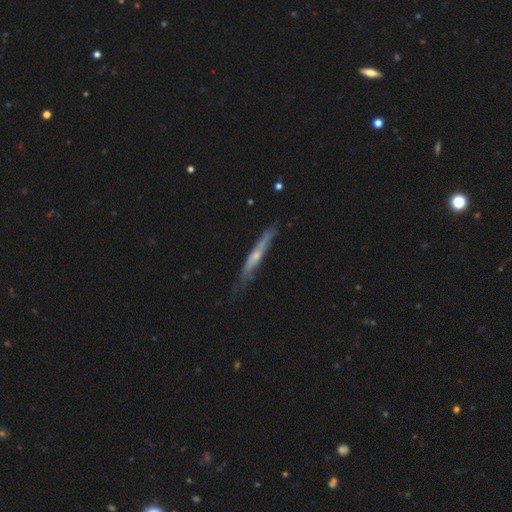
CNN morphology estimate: smooth-or-featured: featured or disk: 59% | smooth: 35% | star or artifact: 6%
  disk-edge-on: yes: 88% | no: 12%
    edge-on-bulge: rounded: 50% | none: 44% | boxy: 6%
  merging: none: 68% | minor disturbance: 25% | major disturbance: 5% | merger: 2%